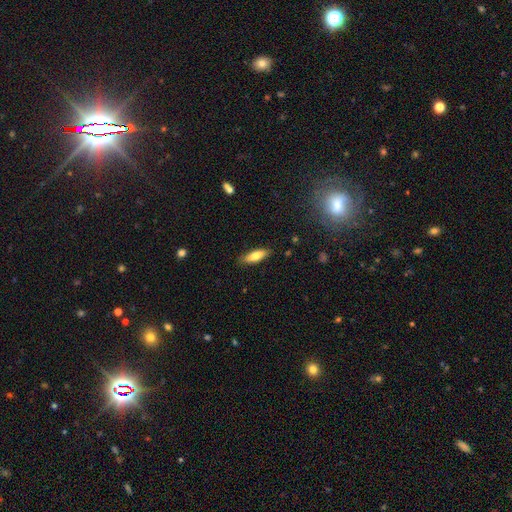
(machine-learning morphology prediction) A smooth galaxy with no disk features (76%) that is in between round and cigar-shaped (57%). Merging: none (85%).